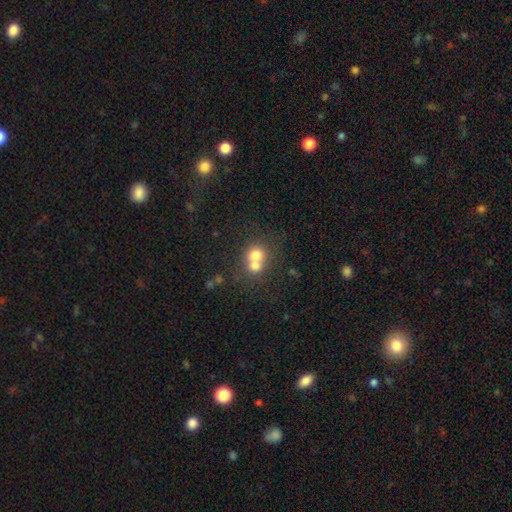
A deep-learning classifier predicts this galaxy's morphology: Smooth or featured: smooth — 70% (featured or disk — 18%)
How rounded: round — 79% (in between — 20%)
Merging: merger — 62% (none — 30%)